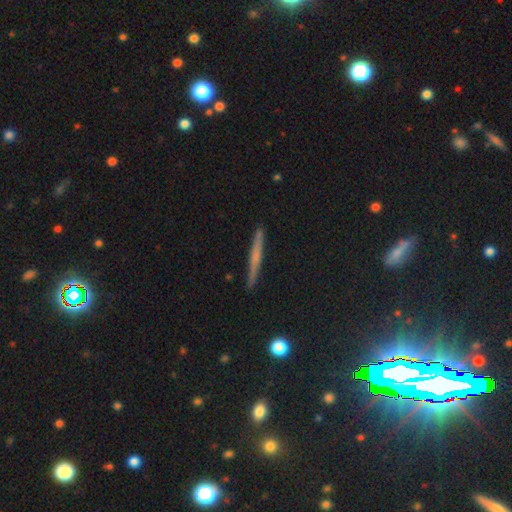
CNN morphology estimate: The model was most divided on "smooth or featured": featured or disk: 47%, smooth: 44%, star or artifact: 8%. More confident: merging — none (91%).